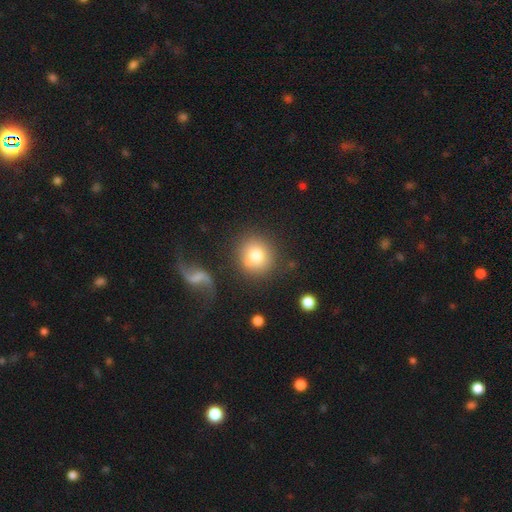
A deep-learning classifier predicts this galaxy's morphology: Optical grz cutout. It shows a smooth galaxy with no disk features (76%) that is round (89%). Merging: none (74%).